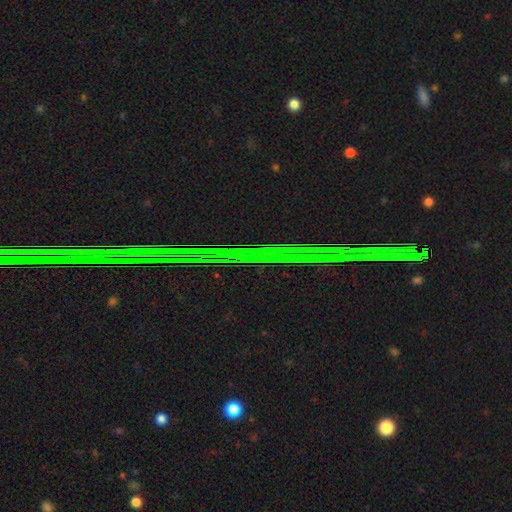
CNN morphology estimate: Smooth or featured? Predicted: star or artifact (p=0.86).